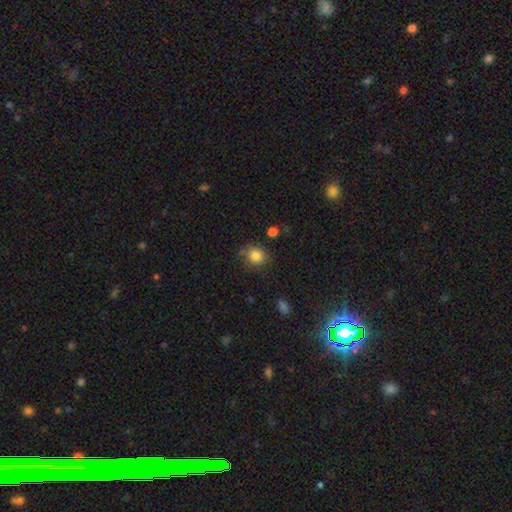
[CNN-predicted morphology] This is clearly a smooth galaxy (83%). How rounded: clearly round (83%). Merging: likely none (75%).